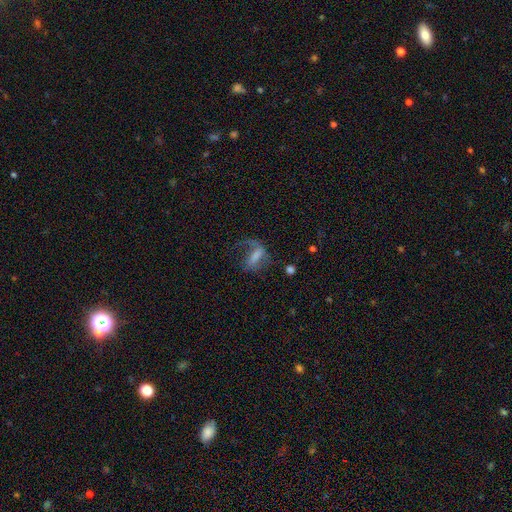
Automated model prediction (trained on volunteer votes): smooth-or-featured: featured or disk: 59% | smooth: 28% | star or artifact: 13%
  disk-edge-on: no: 90% | yes: 10%
    bar: strong: 40% | weak: 35% | no: 25%
    has-spiral-arms: yes: 76% | no: 24%
    bulge-size: none: 34% | small: 30% | moderate: 26% | large: 8% | dominant: 2%
  merging: major disturbance: 41% | none: 38% | minor disturbance: 17% | merger: 4%